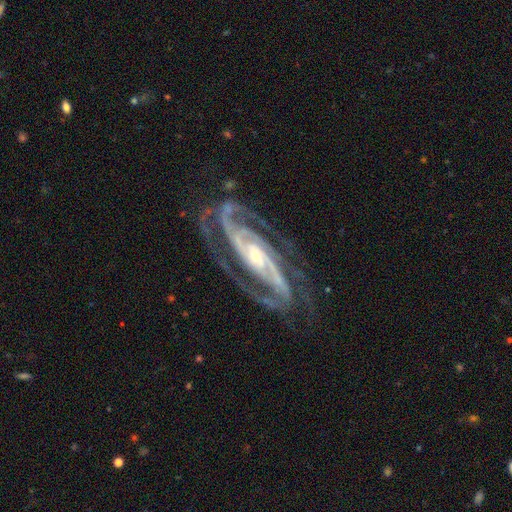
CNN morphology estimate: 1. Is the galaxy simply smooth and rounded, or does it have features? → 93% featured or disk, 4% star or artifact, 2% smooth.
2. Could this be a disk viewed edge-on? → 95% no, 5% yes.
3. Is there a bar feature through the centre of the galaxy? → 41% strong, 32% no, 27% weak.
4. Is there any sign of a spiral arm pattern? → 99% yes, 1% no.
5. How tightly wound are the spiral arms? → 50% tight, 44% medium, 6% loose.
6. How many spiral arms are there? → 66% 2, 17% 3, 5% can't tell, 5% 4, 4% more than 4, 3% 1.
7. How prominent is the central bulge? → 47% moderate, 42% small, 8% large, 2% none, 1% dominant.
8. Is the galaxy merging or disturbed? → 76% none, 15% minor disturbance, 7% major disturbance, 1% merger.